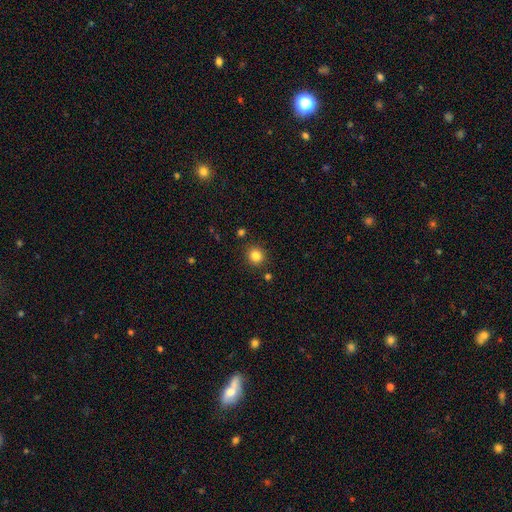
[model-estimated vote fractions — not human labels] Overall: smooth (84%). How rounded: round (90%). Merging: none (88%).